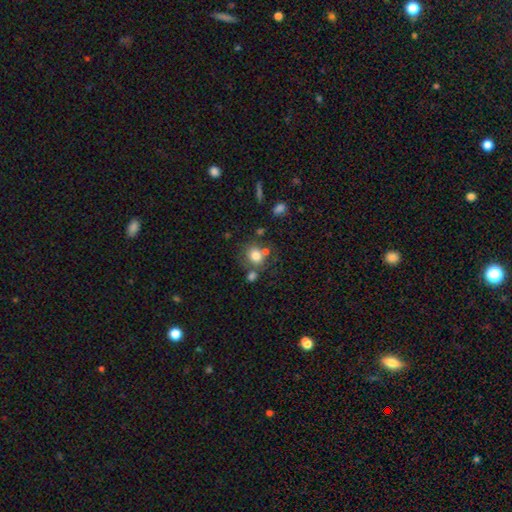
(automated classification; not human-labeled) Smooth or featured? Predicted: smooth (p=0.78). How rounded? Predicted: round (p=0.69). Merging? Predicted: none (p=0.58).